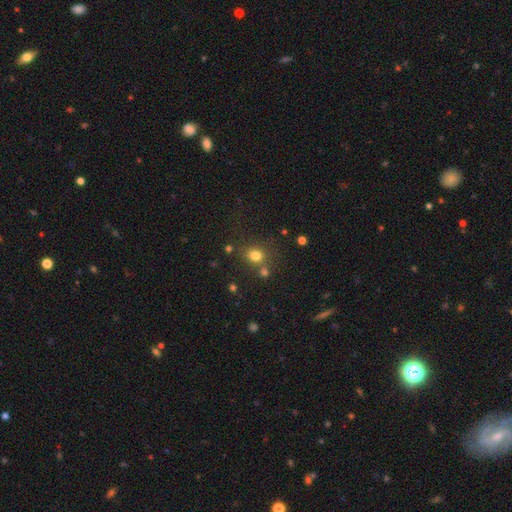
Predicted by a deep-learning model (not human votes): Smooth or featured?
  - smooth: 77% *
  - star or artifact: 16%
  - featured or disk: 8%
How rounded?
  - round: 61% *
  - in between: 38%
  - cigar-shaped: 1%
Merging?
  - none: 65% *
  - merger: 17%
  - minor disturbance: 13%
  - major disturbance: 5%